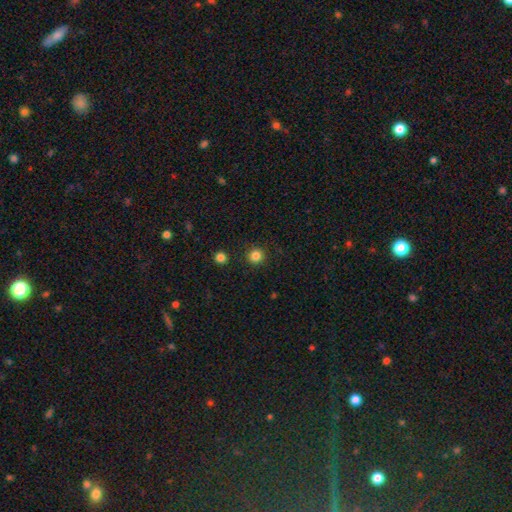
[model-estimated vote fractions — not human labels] Overall: smooth (84%). How rounded: round (94%). Merging: none (91%).